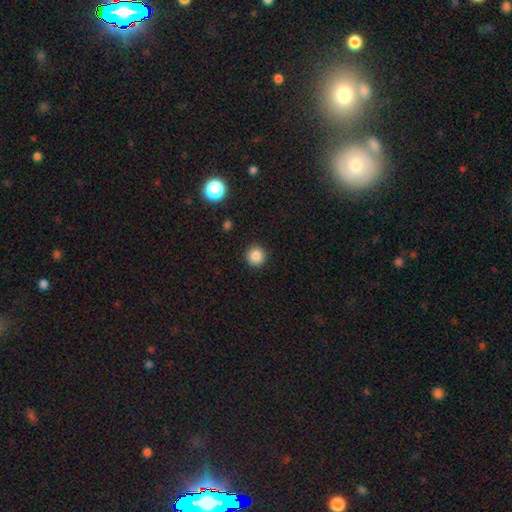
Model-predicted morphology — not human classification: A smooth galaxy with no disk features (86%) that is round (95%).

Vote fractions:
- Smooth or featured? smooth: 86% / star or artifact: 10% / featured or disk: 4%
- How rounded? round: 95% / in between: 4% / cigar-shaped: 1%
- Merging? none: 92% / minor disturbance: 5% / major disturbance: 2% / merger: 1%